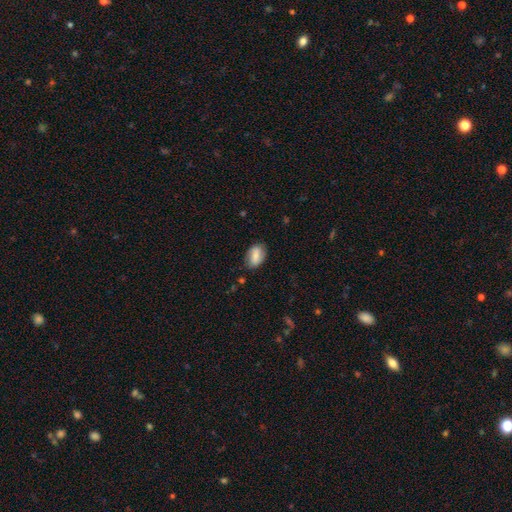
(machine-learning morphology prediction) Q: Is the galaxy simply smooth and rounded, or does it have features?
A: smooth — 65%.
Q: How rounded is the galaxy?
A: in between — 86%.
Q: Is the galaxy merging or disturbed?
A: none — 75%.